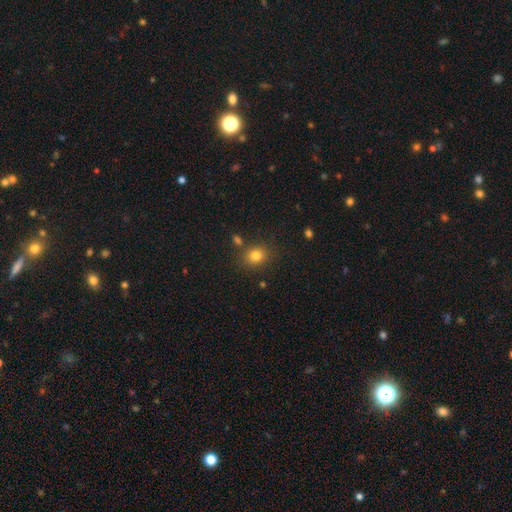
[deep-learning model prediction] Smooth or featured? Predicted: smooth (p=0.81). How rounded? Predicted: round (p=0.63). Merging? Predicted: none (p=0.78).